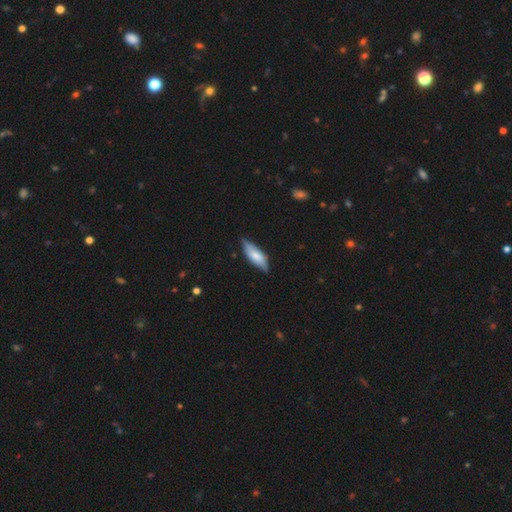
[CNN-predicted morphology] This is likely a smooth galaxy (67%). How rounded: likely in between (65%). Merging: likely none (70%).